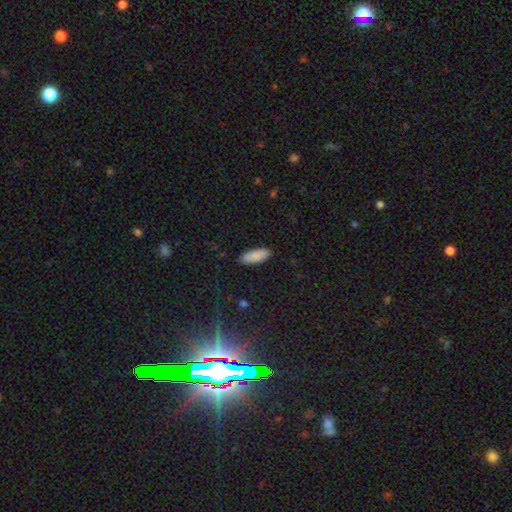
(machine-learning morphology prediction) A smooth galaxy with no disk features (88%) that is in between round and cigar-shaped (74%).

Vote fractions:
- Smooth or featured? smooth: 88% / star or artifact: 6% / featured or disk: 6%
- How rounded? in between: 74% / cigar-shaped: 24% / round: 2%
- Merging? none: 89% / minor disturbance: 8% / major disturbance: 2% / merger: 1%